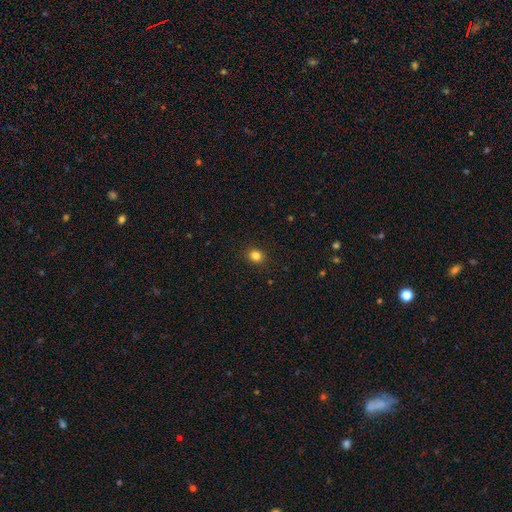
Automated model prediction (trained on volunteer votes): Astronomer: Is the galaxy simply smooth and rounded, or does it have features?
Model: smooth — 83%.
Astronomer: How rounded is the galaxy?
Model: round — 67%.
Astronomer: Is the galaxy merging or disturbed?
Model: none — 91%.